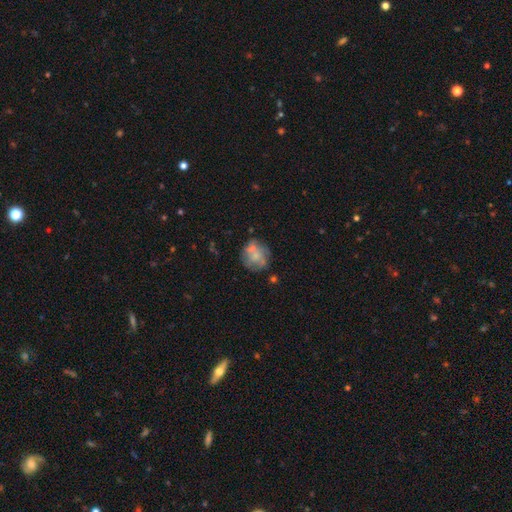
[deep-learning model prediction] A featured or disk galaxy (45%, tied with smooth). Merging: none (57%).